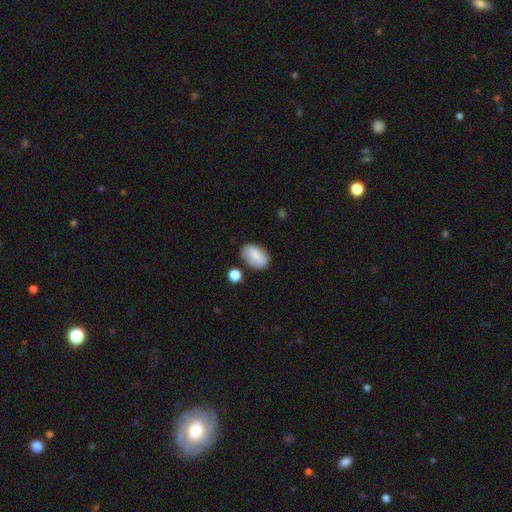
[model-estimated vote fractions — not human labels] Overall: smooth (80%). How rounded: in between (90%). Merging: none (77%).